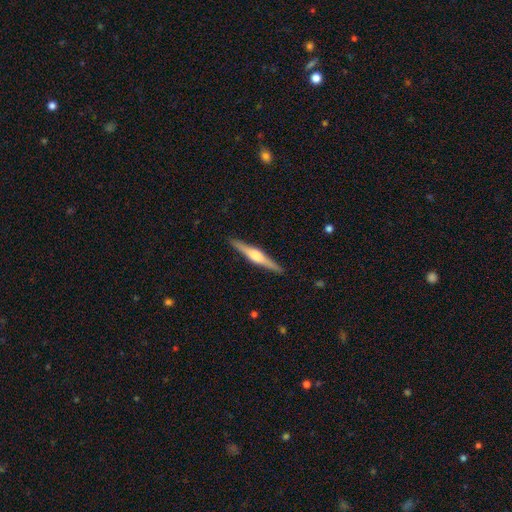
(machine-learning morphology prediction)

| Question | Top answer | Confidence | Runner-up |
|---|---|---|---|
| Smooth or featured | featured or disk | 71% | smooth (24%) |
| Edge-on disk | yes | 98% | no (2%) |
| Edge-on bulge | rounded | 79% | boxy (16%) |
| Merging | none | 91% | minor disturbance (7%) |